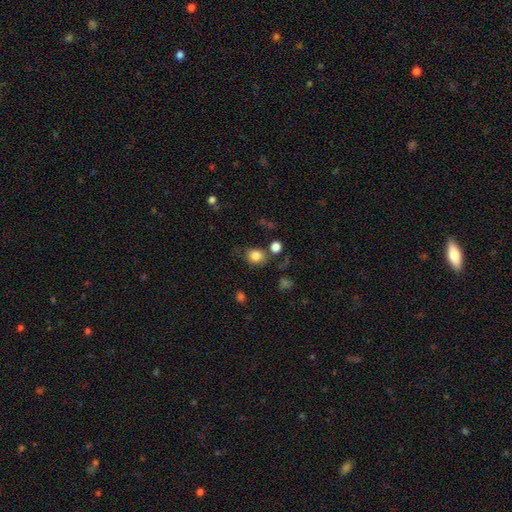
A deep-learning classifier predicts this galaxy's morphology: smooth_or_featured: smooth (p=0.82) [alt: star or artifact p=0.11]
how_rounded: round (p=0.70) [alt: in between p=0.29]
merging: none (p=0.70) [alt: minor disturbance p=0.16]